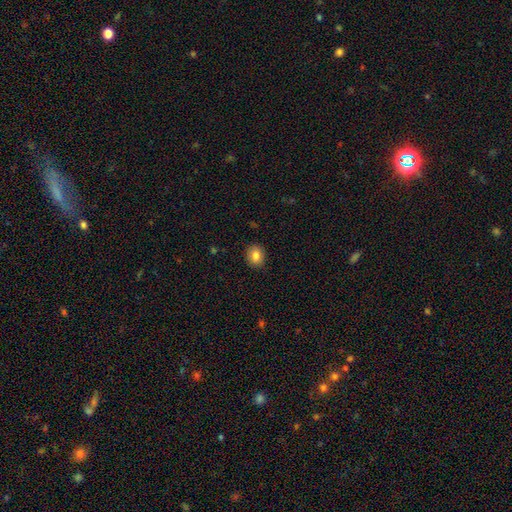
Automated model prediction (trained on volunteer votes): smooth 84%, star or artifact 9%, featured or disk 7%. Down the decision tree: how rounded — round (58%); merging — none (89%).